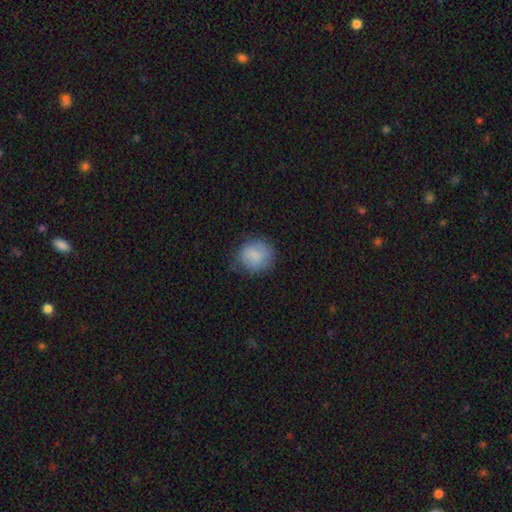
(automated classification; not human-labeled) This appears to be a smooth galaxy with no disk features (83%) that is round (84%). Merging: none (74%).